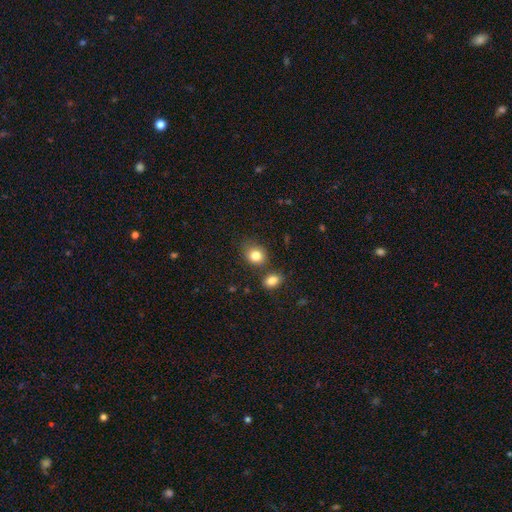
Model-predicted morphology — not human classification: Smooth or featured? smooth (84%)
How rounded? round (60%)
Merging? none (67%)